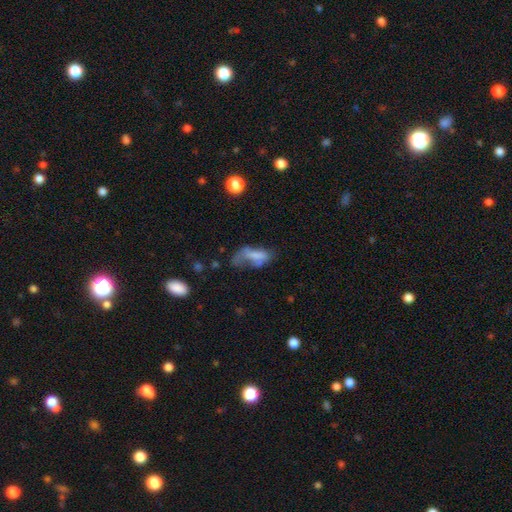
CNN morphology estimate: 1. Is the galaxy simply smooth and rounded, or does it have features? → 58% smooth, 30% featured or disk, 12% star or artifact.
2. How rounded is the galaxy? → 79% in between, 17% cigar-shaped, 4% round.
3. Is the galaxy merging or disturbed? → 44% major disturbance, 23% minor disturbance, 21% none, 12% merger.